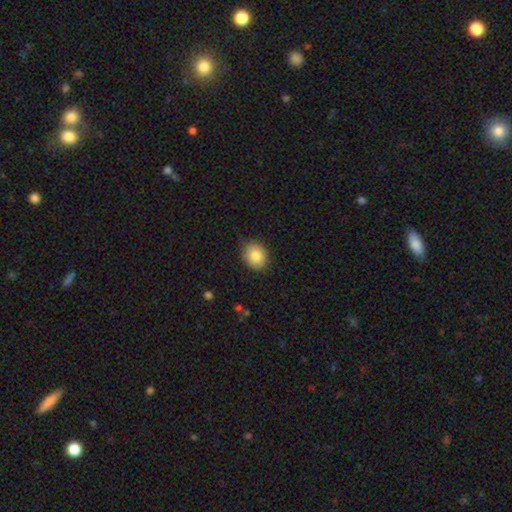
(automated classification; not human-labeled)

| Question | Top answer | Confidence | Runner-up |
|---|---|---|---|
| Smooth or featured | smooth | 84% | star or artifact (8%) |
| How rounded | round | 54% | in between (45%) |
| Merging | none | 83% | minor disturbance (13%) |